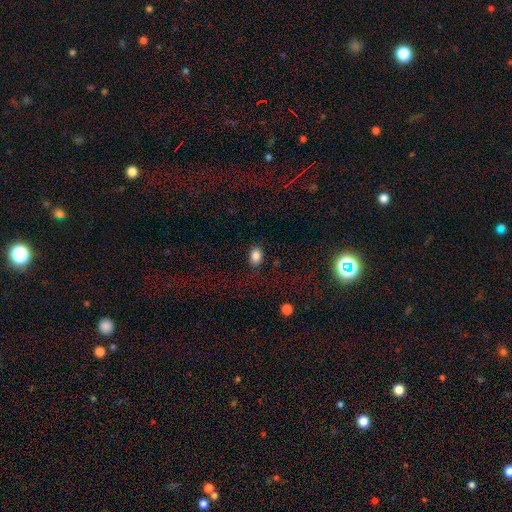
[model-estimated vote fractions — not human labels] Overall: smooth (85%). How rounded: in between (74%). Merging: none (83%).